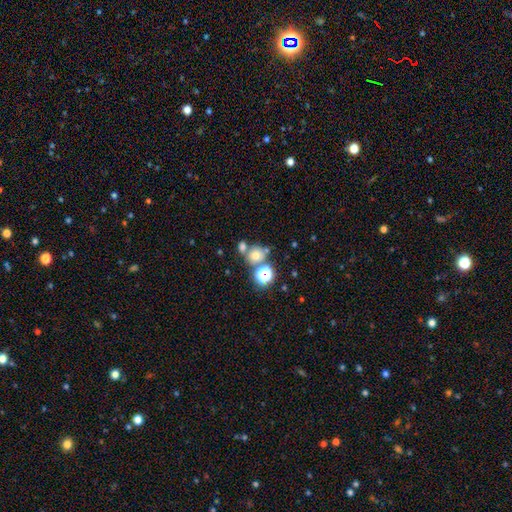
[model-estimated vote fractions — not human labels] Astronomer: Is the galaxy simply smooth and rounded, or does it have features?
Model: smooth — 66%.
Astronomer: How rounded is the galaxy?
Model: round — 80%.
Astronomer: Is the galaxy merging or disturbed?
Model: none — 55% (runner-up: merger, 31%).